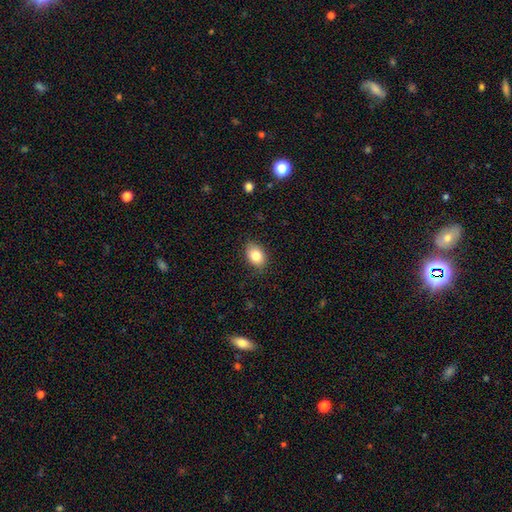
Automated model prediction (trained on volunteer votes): Q: Smooth or featured?
A: smooth (84%); runner-up: star or artifact (8%)
Q: How rounded?
A: in between (79%); runner-up: round (19%)
Q: Merging?
A: none (83%); runner-up: minor disturbance (13%)